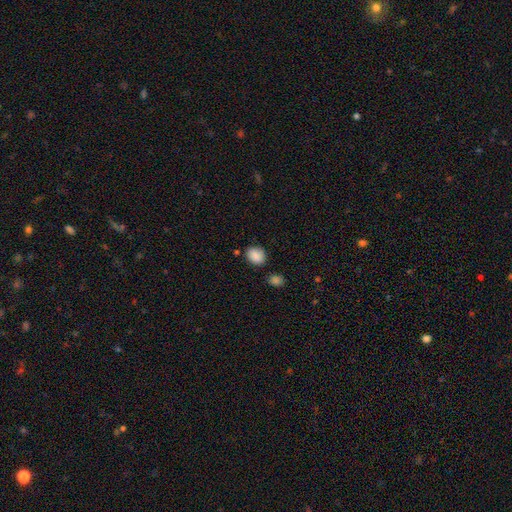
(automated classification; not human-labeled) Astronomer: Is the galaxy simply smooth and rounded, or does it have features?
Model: smooth — 88%.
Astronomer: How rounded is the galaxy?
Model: in between — 51% (runner-up: round, 48%).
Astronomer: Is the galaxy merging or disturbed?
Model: none — 74%.